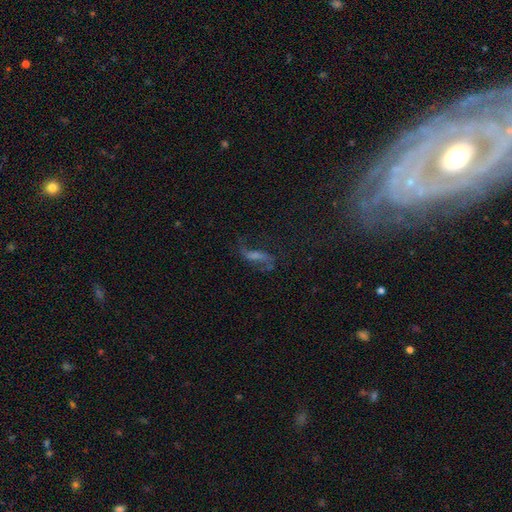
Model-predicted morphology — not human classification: Q: Smooth or featured?
A: featured or disk (67%); runner-up: smooth (17%)
Q: Edge-on disk?
A: no (88%); runner-up: yes (12%)
Q: Bar?
A: weak (40%); runner-up: strong (31%)
Q: Spiral arms?
A: yes (89%); runner-up: no (11%)
Q: Spiral winding?
A: loose (77%); runner-up: medium (17%)
Q: Spiral arm count?
A: 2 (87%); runner-up: 1 (5%)
Q: Bulge size?
A: small (37%); runner-up: none (30%)
Q: Merging?
A: none (62%); runner-up: major disturbance (18%)